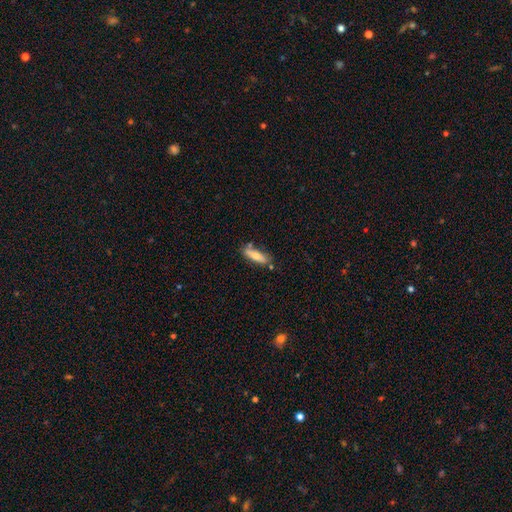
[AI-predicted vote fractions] This is likely a smooth galaxy (71%). How rounded: possibly cigar-shaped (59%). Merging: likely none (69%).